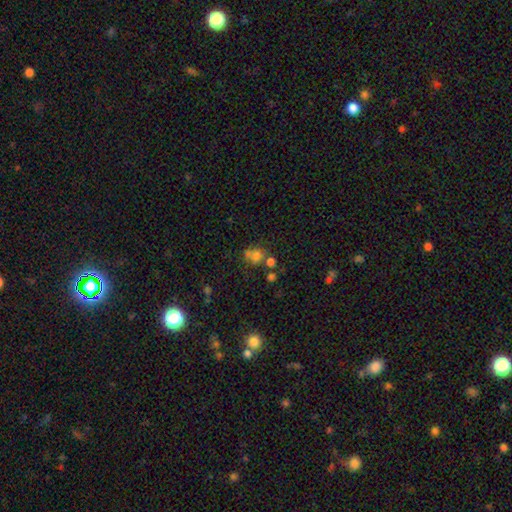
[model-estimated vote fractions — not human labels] smooth_or_featured: smooth (p=0.63) [alt: star or artifact p=0.20]
how_rounded: round (p=0.62) [alt: in between p=0.36]
merging: none (p=0.41) [alt: merger p=0.35]